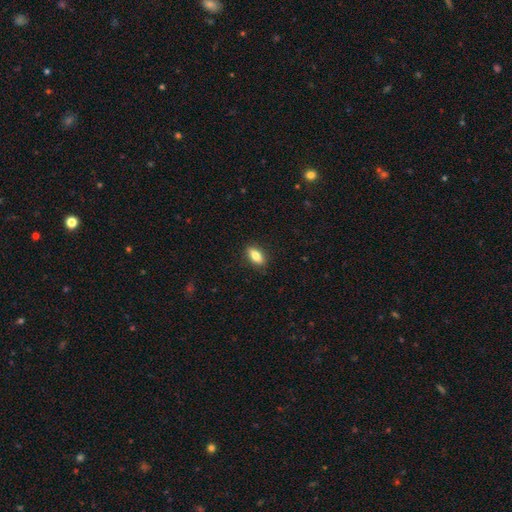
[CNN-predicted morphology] Smooth or featured? smooth (78%)
How rounded? in between (83%)
Merging? none (88%)